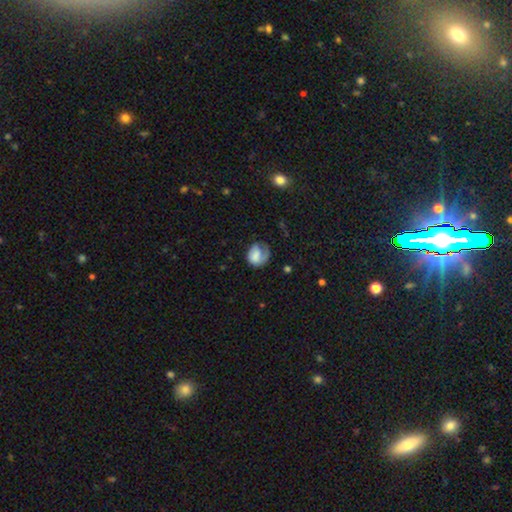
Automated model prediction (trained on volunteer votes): A smooth galaxy with no disk features (53%) that is round (53%). Merging: none (42%).